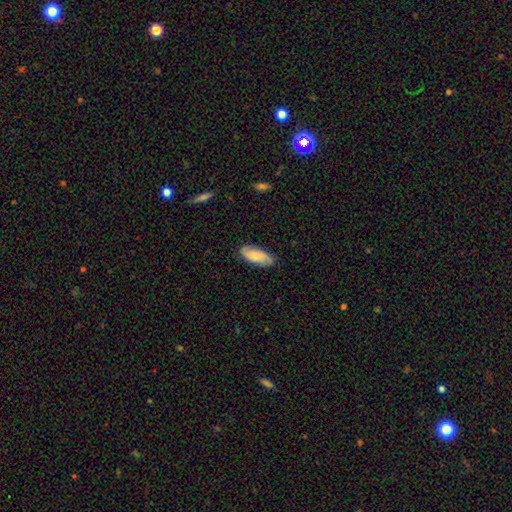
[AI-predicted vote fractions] Smooth or featured? smooth (49%)
Merging? none (81%)